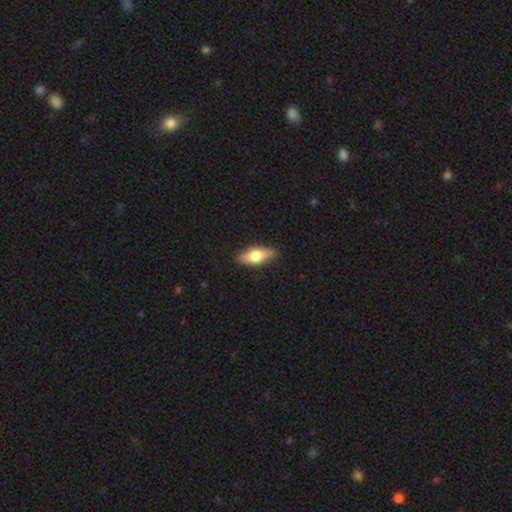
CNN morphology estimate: type=smooth (57%); roundness=in between (70%); merging=none (87%).